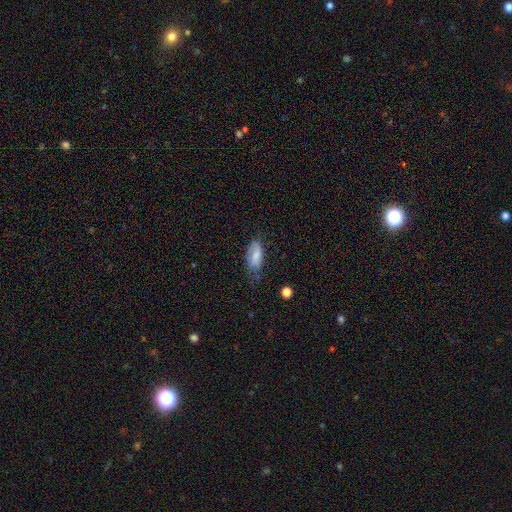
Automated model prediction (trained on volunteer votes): This appears to be a smooth galaxy with no disk features (75%) that is in between round and cigar-shaped (88%). Merging: none (55%).